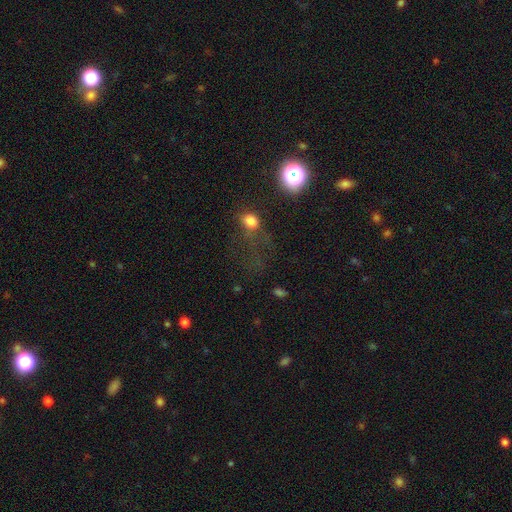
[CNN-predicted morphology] This appears to be a star or artifact, not a galaxy (47%).